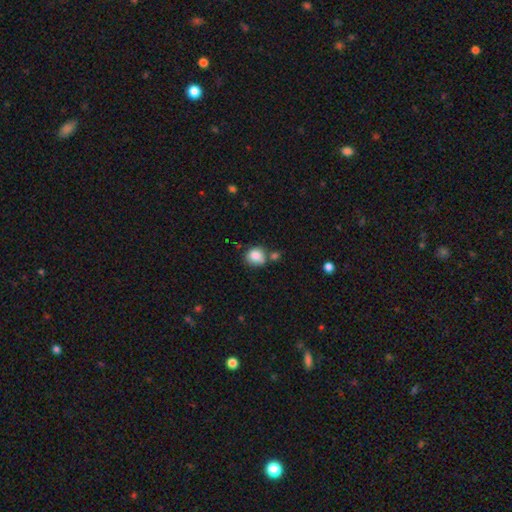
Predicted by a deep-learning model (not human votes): smooth-or-featured: smooth: 85% | star or artifact: 9% | featured or disk: 6%
  how-rounded: round: 80% | in between: 19% | cigar-shaped: 1%
  merging: none: 57% | merger: 20% | minor disturbance: 17% | major disturbance: 5%